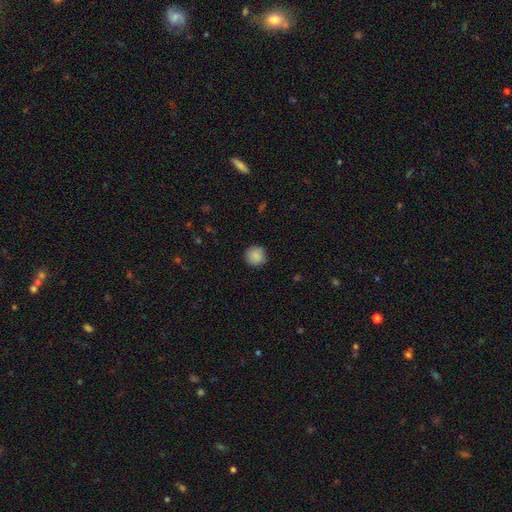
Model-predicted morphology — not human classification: Smooth or featured? Predicted: smooth (p=0.88). How rounded? Predicted: round (p=0.95). Merging? Predicted: none (p=0.91).